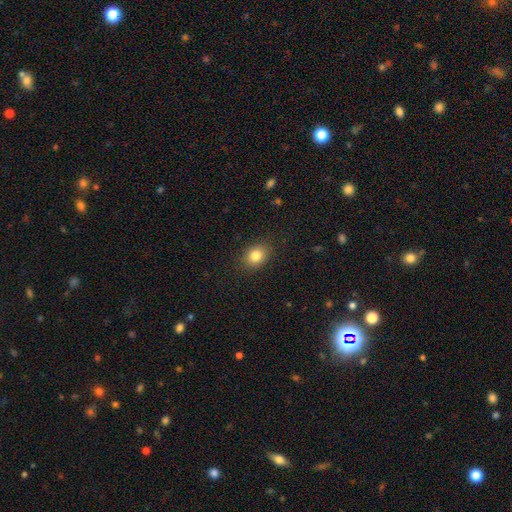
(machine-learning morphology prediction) Smooth or featured: smooth — 83% (star or artifact — 10%)
How rounded: in between — 59% (round — 40%)
Merging: none — 86% (minor disturbance — 10%)